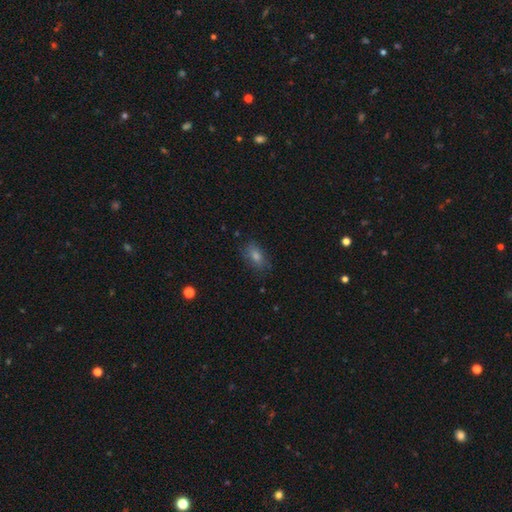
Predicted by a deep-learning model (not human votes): smooth 66%, star or artifact 18%, featured or disk 15%. Down the decision tree: how rounded — in between (82%); merging — none (80%).